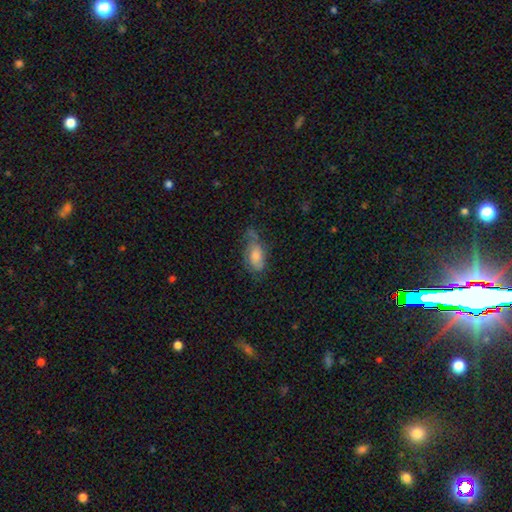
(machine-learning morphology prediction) smooth 54%, featured or disk 37%, star or artifact 10%. Down the decision tree: how rounded — in between (87%); merging — none (49%).